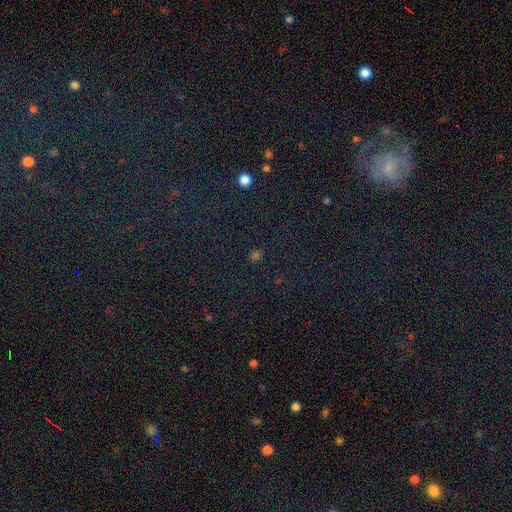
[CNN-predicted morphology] Smooth or featured? star or artifact (61%)